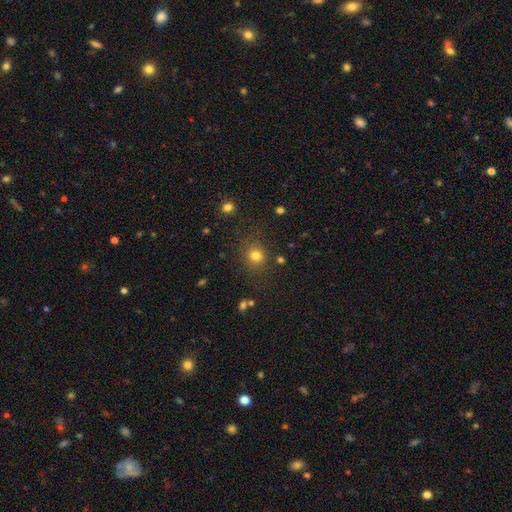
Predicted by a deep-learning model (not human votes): smooth 79%, star or artifact 15%, featured or disk 6%. Down the decision tree: how rounded — round (83%); merging — none (82%).